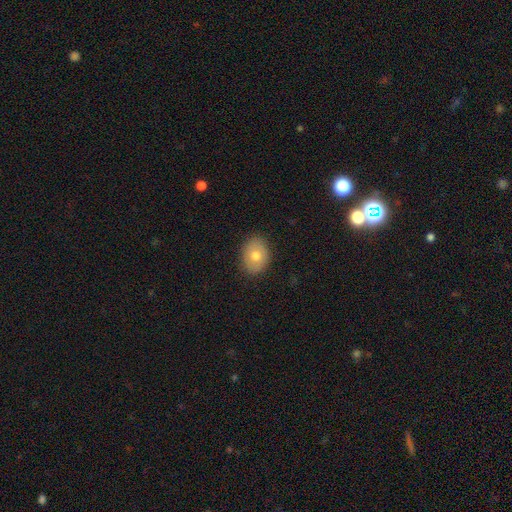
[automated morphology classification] Overall: smooth (72%). How rounded: in between (61%; round 38%). Merging: none (87%).